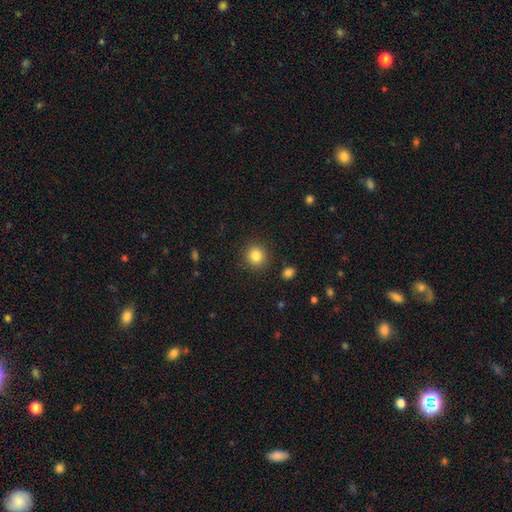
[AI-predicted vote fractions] The model was most divided on "smooth or featured": smooth: 85%, star or artifact: 10%, featured or disk: 5%. More confident: how rounded — round (90%); merging — none (89%).